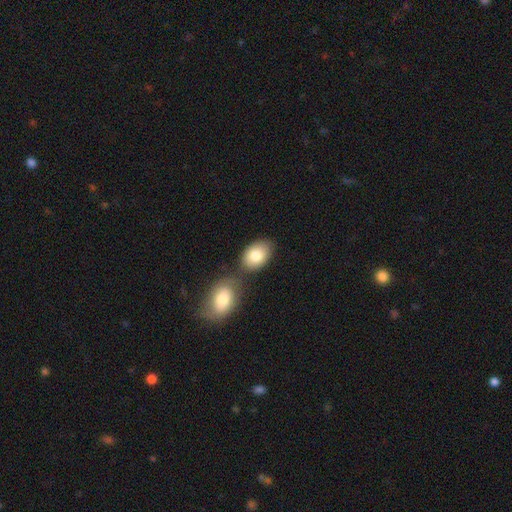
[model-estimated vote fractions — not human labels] smooth-or-featured: smooth: 82% | featured or disk: 11% | star or artifact: 7%
  how-rounded: in between: 84% | round: 15% | cigar-shaped: 1%
  merging: none: 57% | merger: 27% | minor disturbance: 12% | major disturbance: 3%